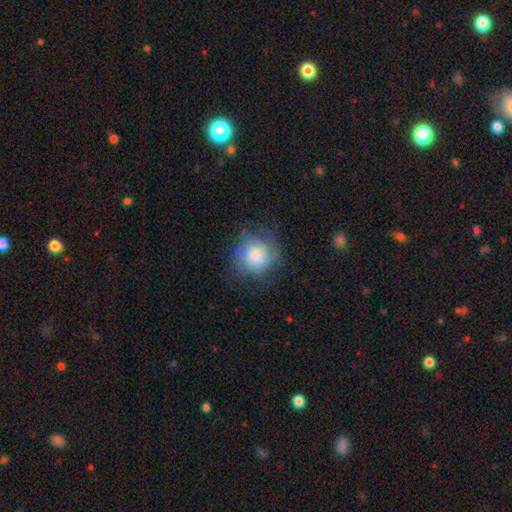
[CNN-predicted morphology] Overall: smooth (47%; featured or disk 43%). Merging: none (69%).